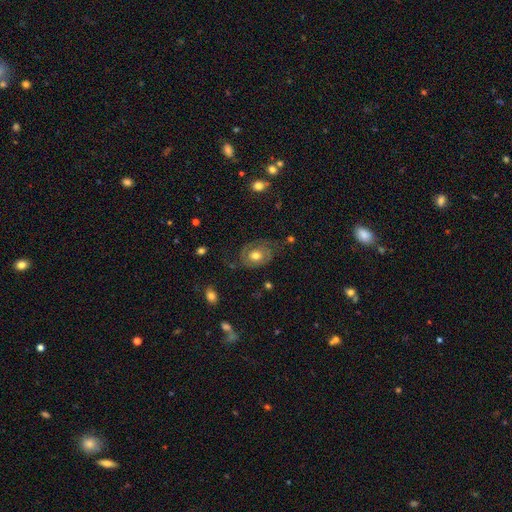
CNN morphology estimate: smooth_or_featured: featured or disk (p=0.71) [alt: smooth p=0.22]
disk_edge_on: no (p=0.97) [alt: yes p=0.03]
bar: no (p=0.78) [alt: weak p=0.18]
has_spiral_arms: yes (p=0.85) [alt: no p=0.15]
spiral_winding: tight (p=0.51) [alt: medium p=0.35]
spiral_arm_count: 2 (p=0.70) [alt: can't tell p=0.14]
bulge_size: moderate (p=0.75) [alt: small p=0.12]
merging: none (p=0.64) [alt: minor disturbance p=0.20]